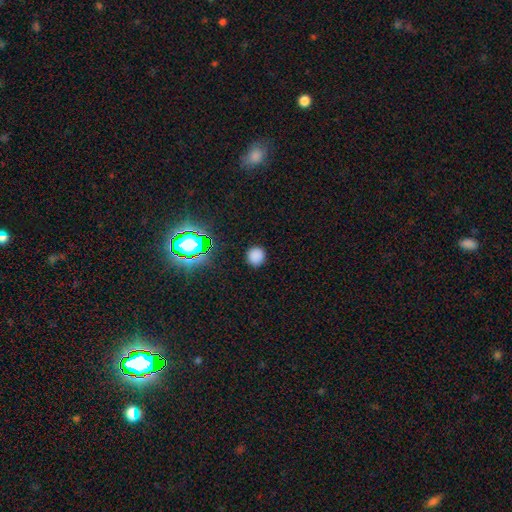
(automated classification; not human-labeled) Smooth or featured? smooth (78%)
How rounded? round (89%)
Merging? none (89%)